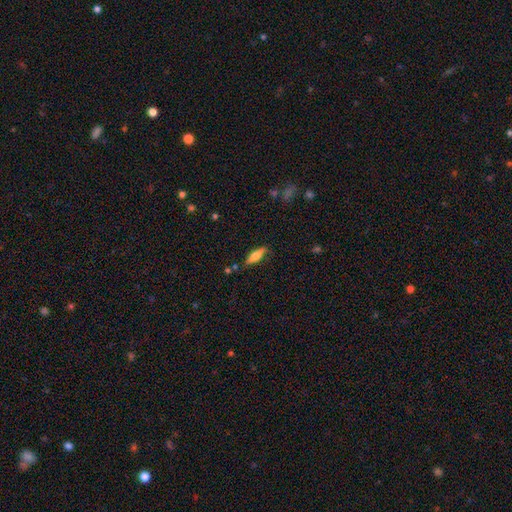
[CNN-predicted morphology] Q: Smooth or featured?
A: smooth (55%); runner-up: featured or disk (38%)
Q: How rounded?
A: cigar-shaped (56%); runner-up: in between (42%)
Q: Merging?
A: none (76%); runner-up: minor disturbance (17%)